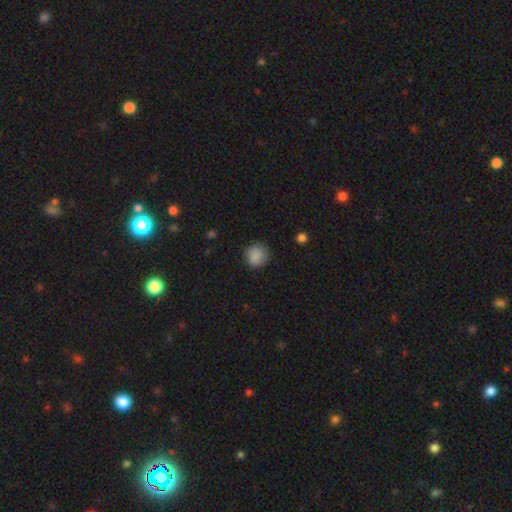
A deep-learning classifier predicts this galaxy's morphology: smooth-or-featured: smooth: 87% | star or artifact: 9% | featured or disk: 4%
  how-rounded: round: 87% | in between: 12% | cigar-shaped: 1%
  merging: none: 82% | minor disturbance: 14% | major disturbance: 3% | merger: 1%